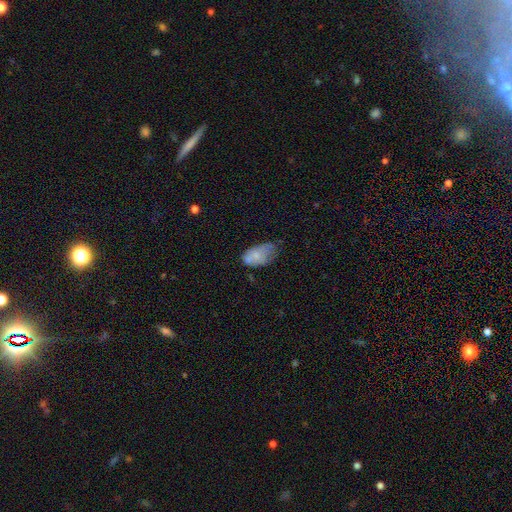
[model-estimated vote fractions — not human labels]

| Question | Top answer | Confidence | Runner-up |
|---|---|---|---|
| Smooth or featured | smooth | 68% | featured or disk (24%) |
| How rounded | in between | 92% | round (6%) |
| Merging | minor disturbance | 41% | none (30%) |